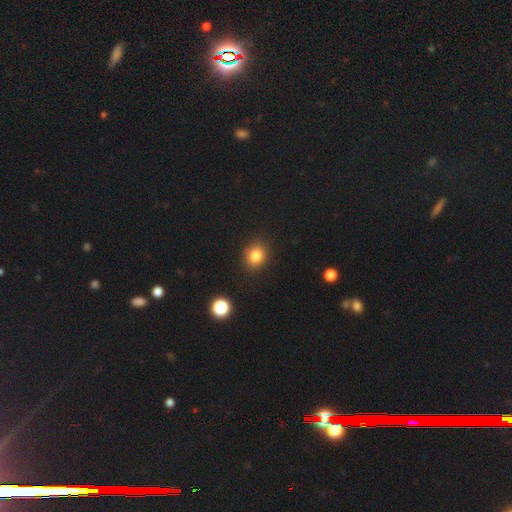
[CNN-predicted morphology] Smooth or featured?
  - smooth: 82% *
  - star or artifact: 12%
  - featured or disk: 6%
How rounded?
  - round: 69% *
  - in between: 30%
  - cigar-shaped: 1%
Merging?
  - none: 87% *
  - minor disturbance: 9%
  - major disturbance: 2%
  - merger: 2%